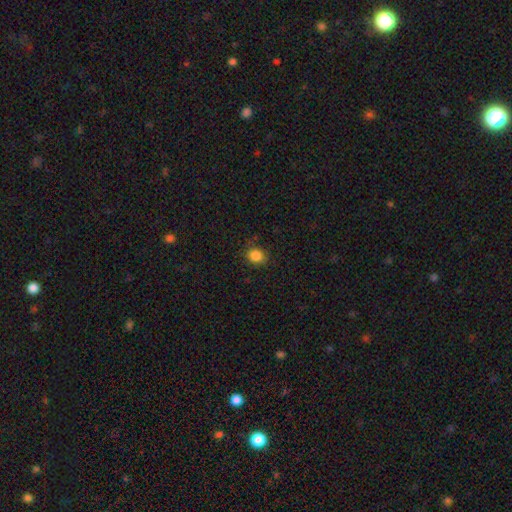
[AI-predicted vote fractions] smooth_or_featured: smooth (p=0.85) [alt: star or artifact p=0.11]
how_rounded: round (p=0.67) [alt: in between p=0.32]
merging: none (p=0.82) [alt: minor disturbance p=0.13]